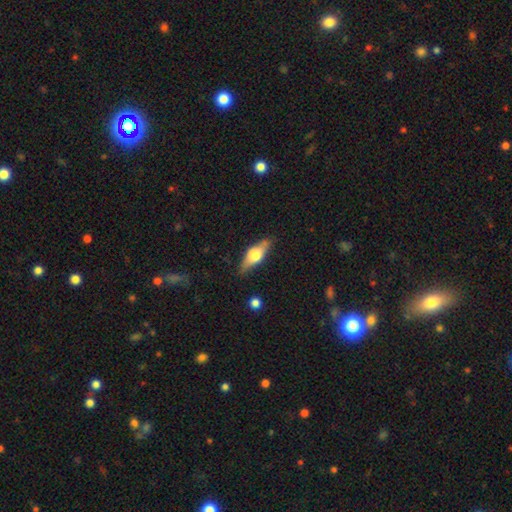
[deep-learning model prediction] smooth_or_featured: smooth (p=0.47) [alt: featured or disk p=0.46]
merging: none (p=0.77) [alt: minor disturbance p=0.17]